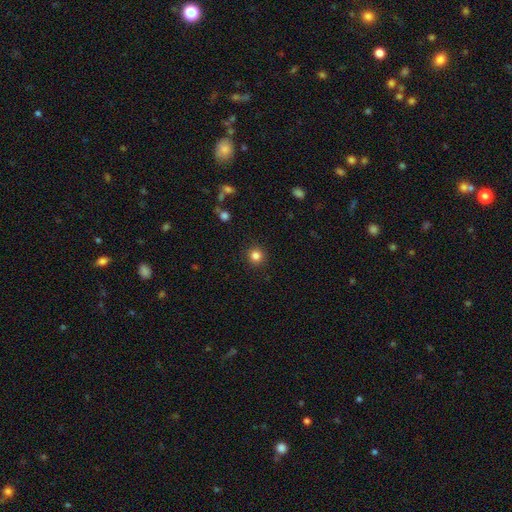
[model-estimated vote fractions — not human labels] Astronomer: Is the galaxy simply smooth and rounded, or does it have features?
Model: smooth — 83%.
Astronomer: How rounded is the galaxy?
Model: round — 93%.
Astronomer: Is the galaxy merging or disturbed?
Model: none — 91%.